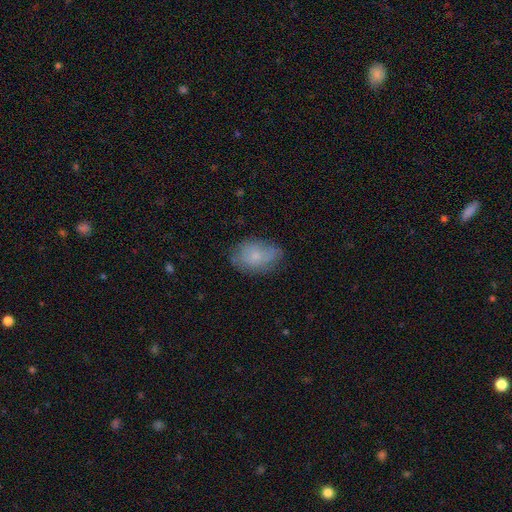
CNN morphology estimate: type=smooth (65%); roundness=in between (84%); merging=none (67%).